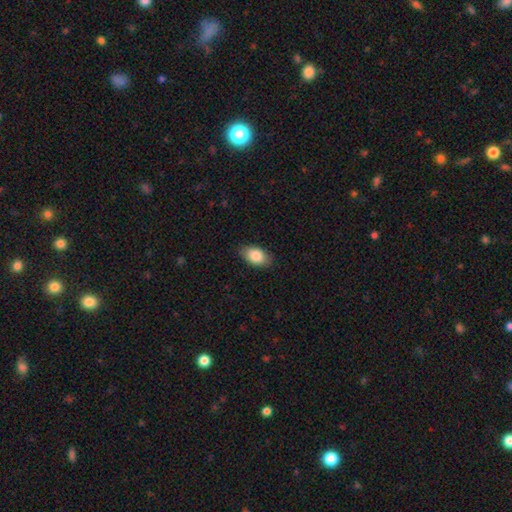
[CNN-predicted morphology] Smooth or featured: smooth — 85% (featured or disk — 8%)
How rounded: in between — 91% (round — 7%)
Merging: none — 84% (minor disturbance — 12%)